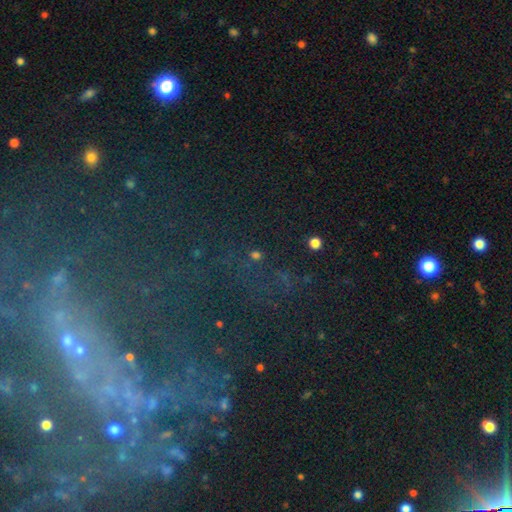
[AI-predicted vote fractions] Morphology: type=star or artifact (63%).